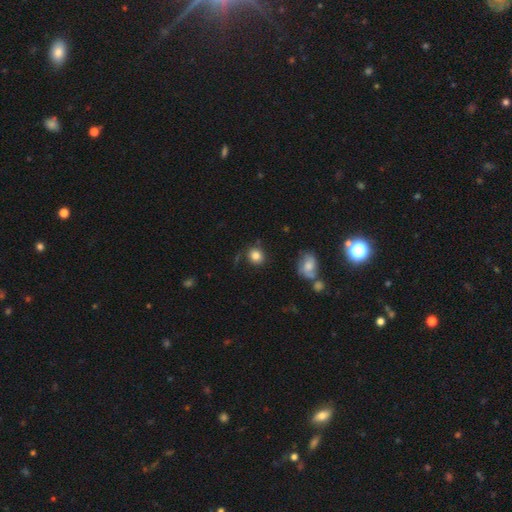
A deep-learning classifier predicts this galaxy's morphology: This appears to be a smooth galaxy with no disk features (83%) that is round (80%). Merging: none (77%).